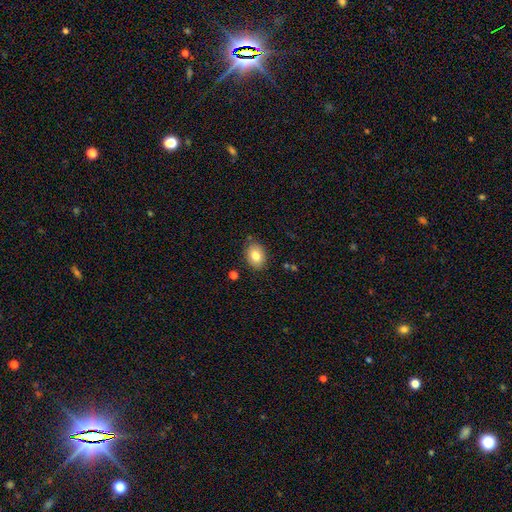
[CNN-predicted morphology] smooth_or_featured: smooth (p=0.82) [alt: featured or disk p=0.10]
how_rounded: in between (p=0.69) [alt: round p=0.30]
merging: none (p=0.84) [alt: minor disturbance p=0.12]